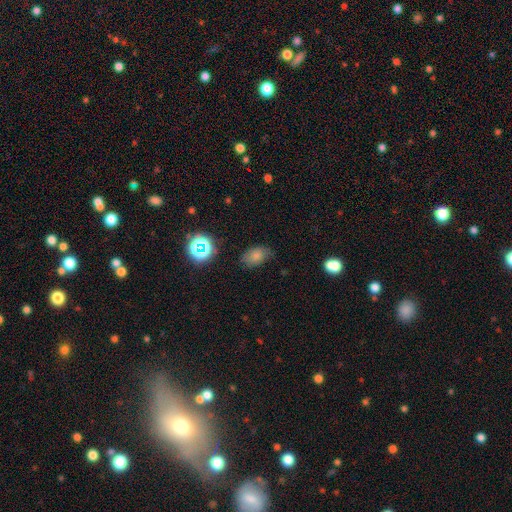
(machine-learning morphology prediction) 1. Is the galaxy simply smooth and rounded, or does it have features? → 73% smooth, 16% star or artifact, 10% featured or disk.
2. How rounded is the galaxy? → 83% in between, 15% round, 1% cigar-shaped.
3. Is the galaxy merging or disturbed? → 68% none, 24% minor disturbance, 6% major disturbance, 2% merger.